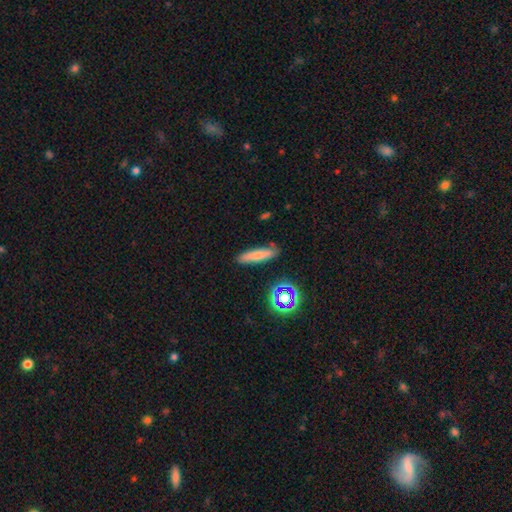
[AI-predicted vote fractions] The model was most divided on "smooth or featured": smooth: 70%, featured or disk: 17%, star or artifact: 14%. More confident: merging — none (84%); how rounded — cigar-shaped (80%).